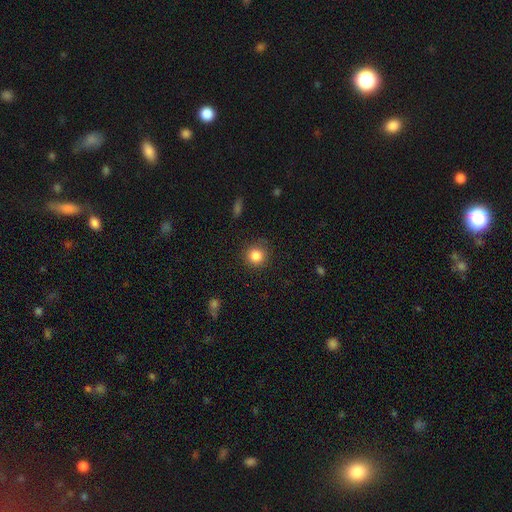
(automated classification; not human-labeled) Smooth or featured? Predicted: smooth (p=0.84). How rounded? Predicted: round (p=0.94). Merging? Predicted: none (p=0.88).